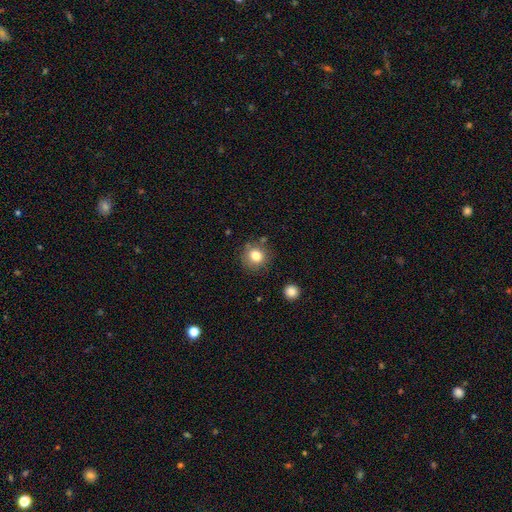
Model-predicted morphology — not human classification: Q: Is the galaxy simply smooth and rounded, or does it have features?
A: smooth — 80%.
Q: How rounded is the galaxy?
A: round — 90%.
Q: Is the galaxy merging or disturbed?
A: none — 80%.